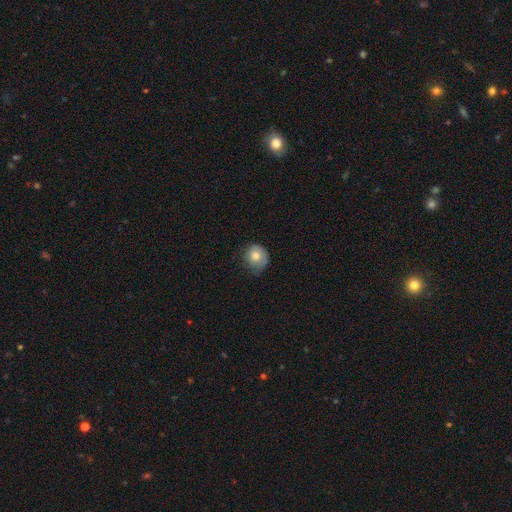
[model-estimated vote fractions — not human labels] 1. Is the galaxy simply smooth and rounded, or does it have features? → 75% smooth, 17% featured or disk, 8% star or artifact.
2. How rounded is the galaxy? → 80% round, 19% in between, 1% cigar-shaped.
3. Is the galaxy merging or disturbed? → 58% none, 31% minor disturbance, 9% major disturbance, 1% merger.